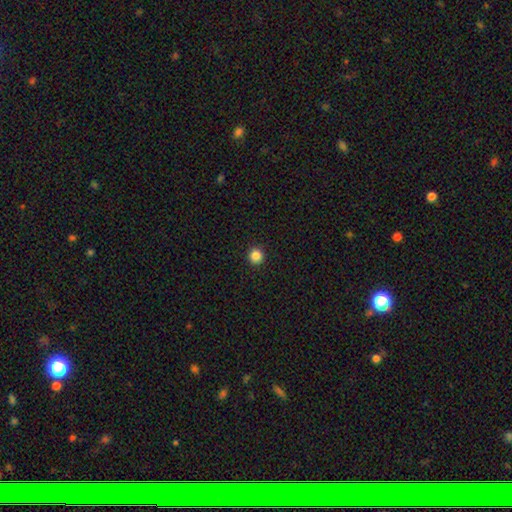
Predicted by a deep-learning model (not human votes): Smooth or featured? Predicted: smooth (p=0.85). How rounded? Predicted: round (p=0.95). Merging? Predicted: none (p=0.93).